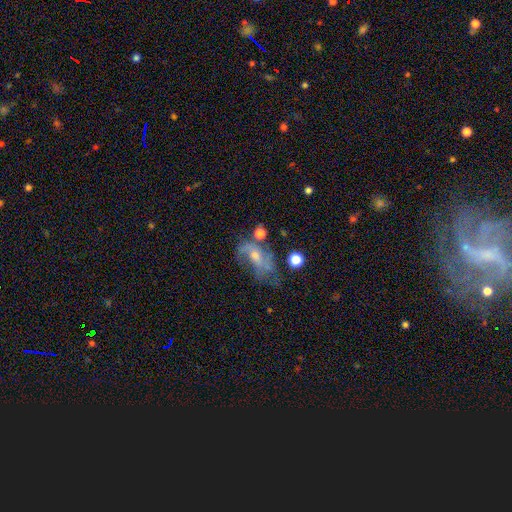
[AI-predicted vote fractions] smooth_or_featured: featured or disk (p=0.68) [alt: smooth p=0.19]
disk_edge_on: no (p=0.95) [alt: yes p=0.05]
bar: no (p=0.57) [alt: weak p=0.35]
has_spiral_arms: yes (p=0.77) [alt: no p=0.23]
bulge_size: small (p=0.48) [alt: moderate p=0.38]
merging: none (p=0.39) [alt: major disturbance p=0.30]